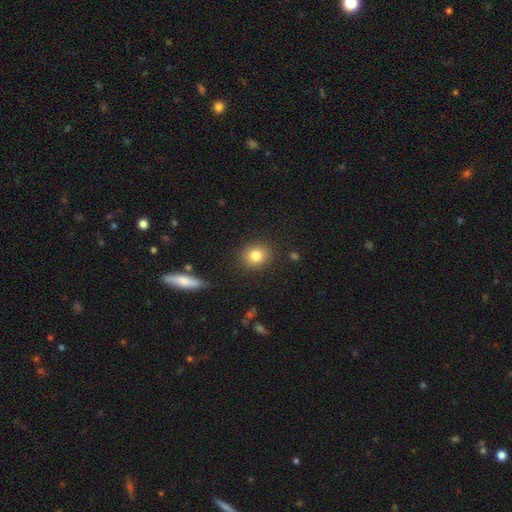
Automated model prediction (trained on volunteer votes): Morphology: type=smooth (83%); roundness=round (70%); merging=none (87%).